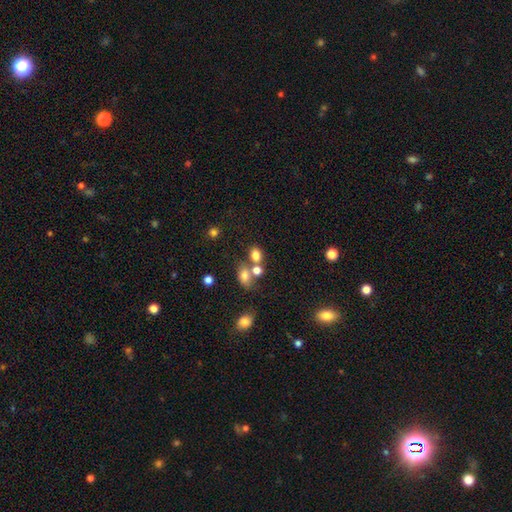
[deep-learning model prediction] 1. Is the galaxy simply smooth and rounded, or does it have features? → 76% smooth, 14% star or artifact, 9% featured or disk.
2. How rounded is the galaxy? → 56% in between, 42% round, 2% cigar-shaped.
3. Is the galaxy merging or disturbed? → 50% none, 34% merger, 11% minor disturbance, 5% major disturbance.